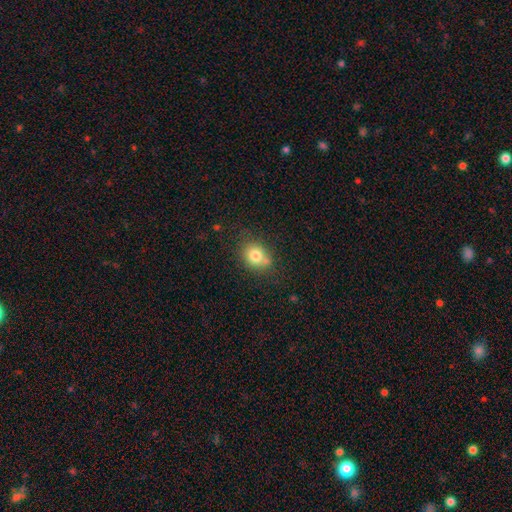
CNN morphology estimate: This appears to be a smooth galaxy with no disk features (78%) that is round (60%). Merging: none (63%).